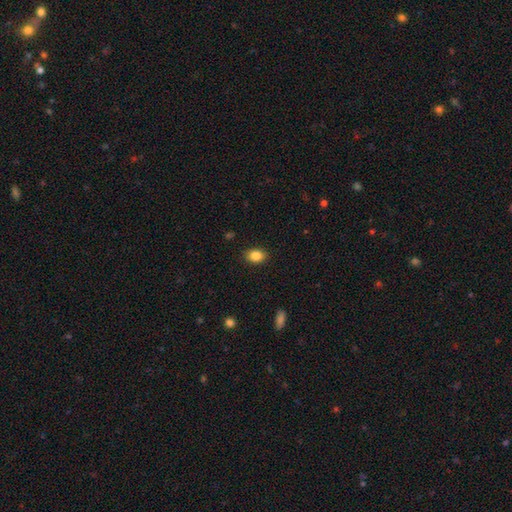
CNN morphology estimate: This appears to be a smooth galaxy with no disk features (86%) that is in between round and cigar-shaped (74%). Merging: none (88%).